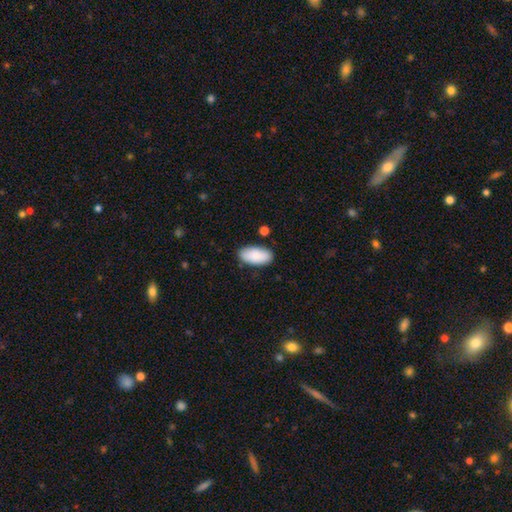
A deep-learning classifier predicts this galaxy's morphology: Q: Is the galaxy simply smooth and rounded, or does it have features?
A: smooth — 88%.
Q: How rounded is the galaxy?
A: in between — 94%.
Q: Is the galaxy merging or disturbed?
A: none — 84%.